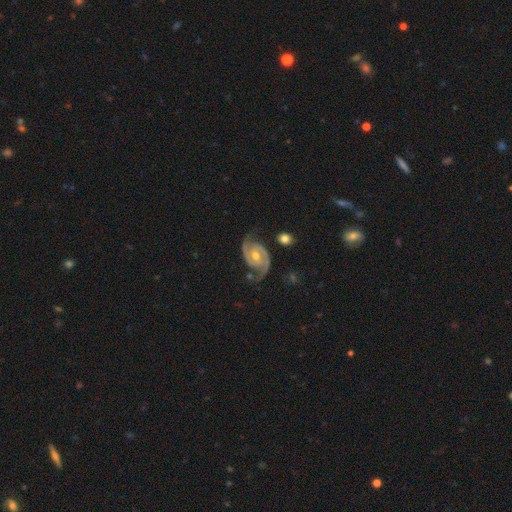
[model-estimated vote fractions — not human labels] Smooth or featured: featured or disk — 92% (star or artifact — 4%)
Edge-on disk: no — 98% (yes — 2%)
Bar: no — 61% (weak — 28%)
Spiral arms: yes — 98% (no — 2%)
Spiral winding: medium — 48% (tight — 43%)
Spiral arm count: 2 — 93% (3 — 2%)
Bulge size: moderate — 65% (small — 31%)
Merging: none — 77% (minor disturbance — 16%)